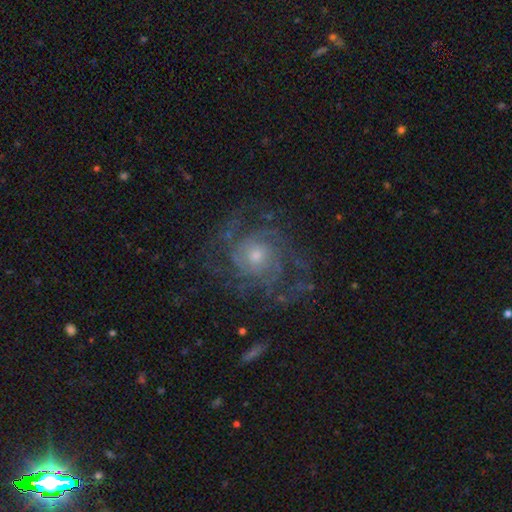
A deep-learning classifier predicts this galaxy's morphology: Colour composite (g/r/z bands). It shows a featured or disk galaxy (81%) with no bar (77%), tight (52%) spiral arms (91%) and a small central bulge (52%). Merging: none (67%).